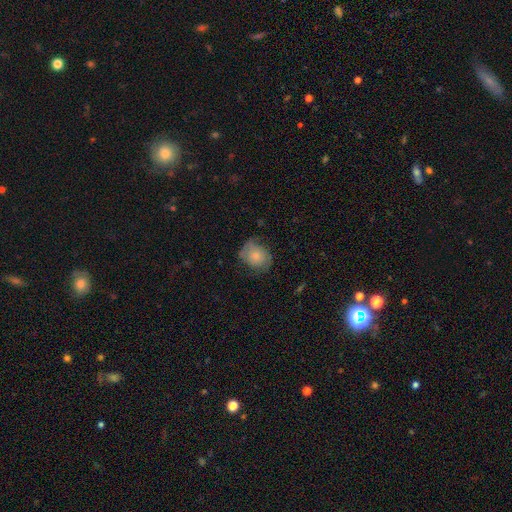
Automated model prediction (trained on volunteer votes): This is likely a smooth galaxy (66%). How rounded: possibly round (58%). Merging: possibly none (57%).